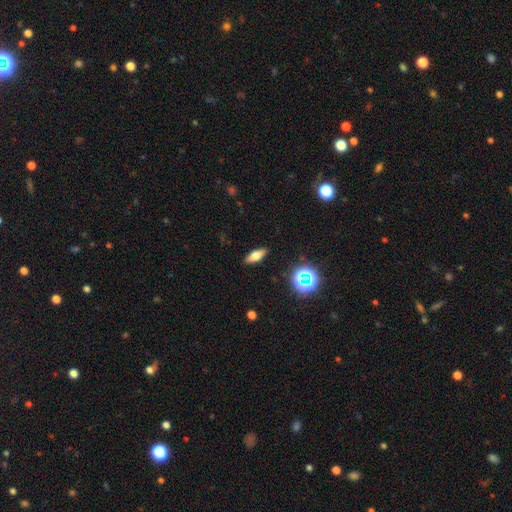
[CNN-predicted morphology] Q: Smooth or featured?
A: smooth (61%); runner-up: featured or disk (26%)
Q: How rounded?
A: in between (65%); runner-up: cigar-shaped (30%)
Q: Merging?
A: none (89%); runner-up: minor disturbance (8%)